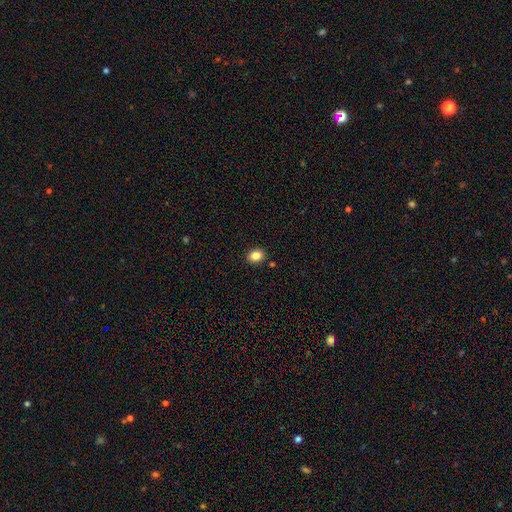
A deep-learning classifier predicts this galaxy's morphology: Smooth or featured? smooth (84%)
How rounded? round (50%)
Merging? none (89%)